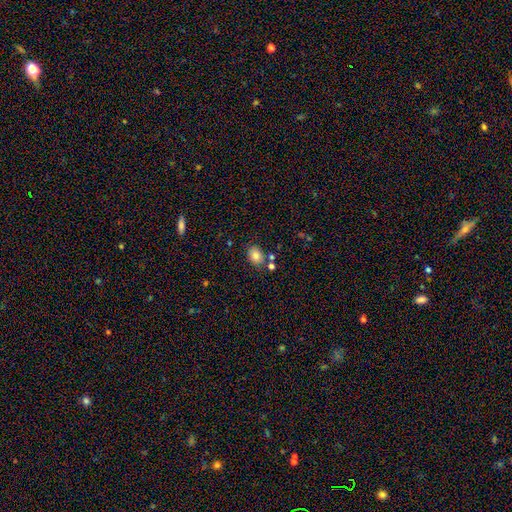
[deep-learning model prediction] This appears to be a smooth galaxy with no disk features (81%) that is in between round and cigar-shaped (68%). Merging: none (73%).